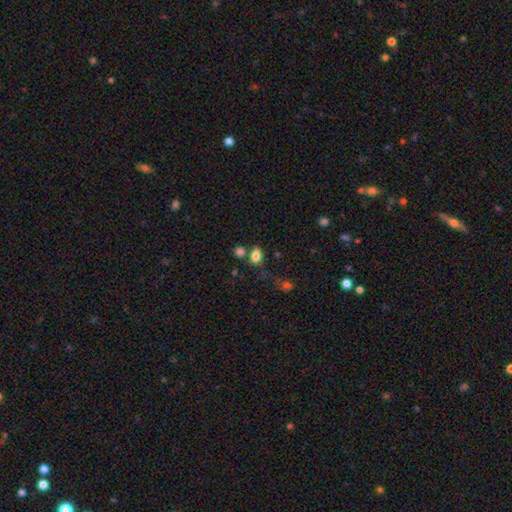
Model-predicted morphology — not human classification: Overall: smooth (82%). How rounded: in between (78%). Merging: none (62%).